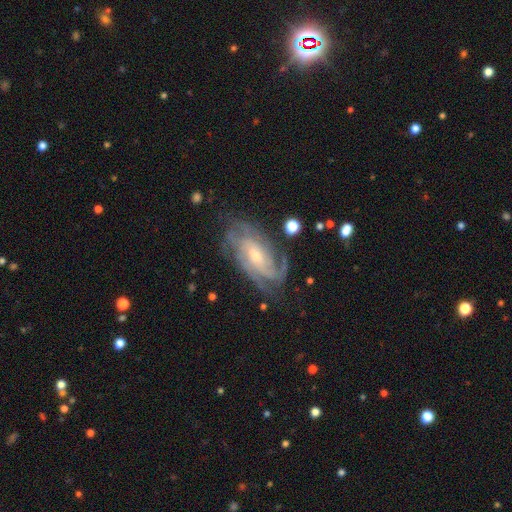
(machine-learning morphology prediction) This appears to be a featured or disk galaxy (88%) with no bar (56%), 3 (27%) tight (60%) spiral arms (97%) and a small central bulge (60%). Merging: none (72%).